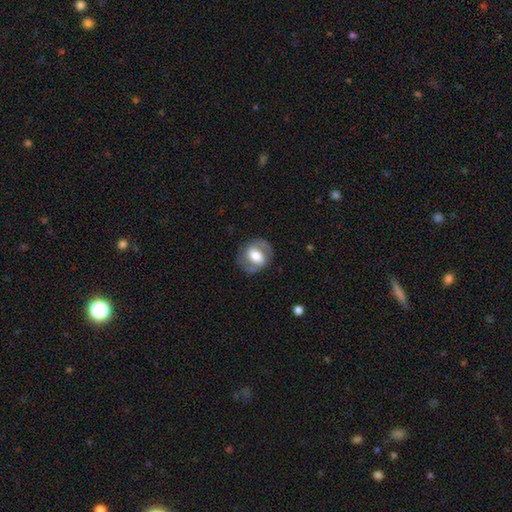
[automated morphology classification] type=featured or disk (58%); edge-on=no (95%); bar=weak (37%); spiral arms=yes (68%); bulge=moderate (56%); merging=none (77%).